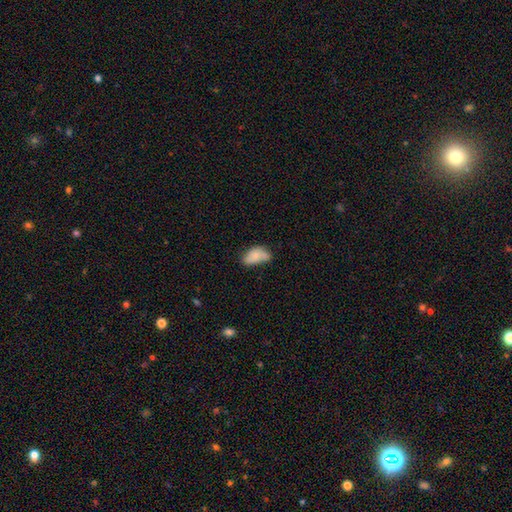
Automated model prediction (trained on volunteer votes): smooth-or-featured: smooth: 75% | featured or disk: 17% | star or artifact: 8%
  how-rounded: in between: 92% | round: 6% | cigar-shaped: 2%
  merging: none: 39% | minor disturbance: 38% | major disturbance: 14% | merger: 10%